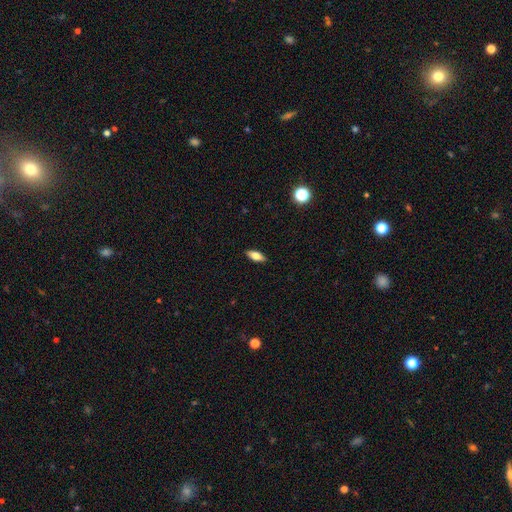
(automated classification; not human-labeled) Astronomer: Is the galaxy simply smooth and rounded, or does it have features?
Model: smooth — 68%.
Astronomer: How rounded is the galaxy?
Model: in between — 74%.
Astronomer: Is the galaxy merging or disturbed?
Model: none — 89%.